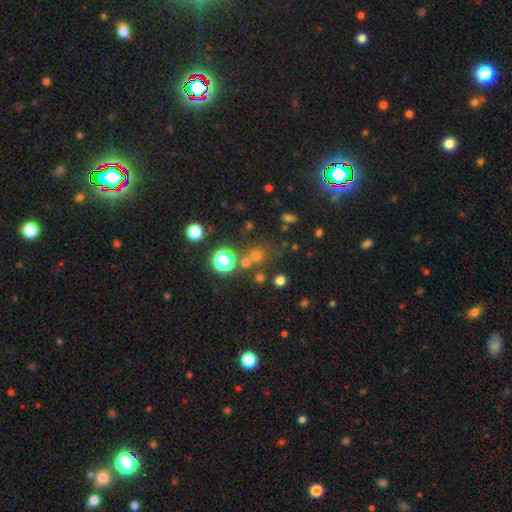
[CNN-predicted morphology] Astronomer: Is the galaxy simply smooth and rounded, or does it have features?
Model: smooth — 60%.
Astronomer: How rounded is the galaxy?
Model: round — 88%.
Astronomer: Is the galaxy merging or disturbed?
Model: none — 68%.